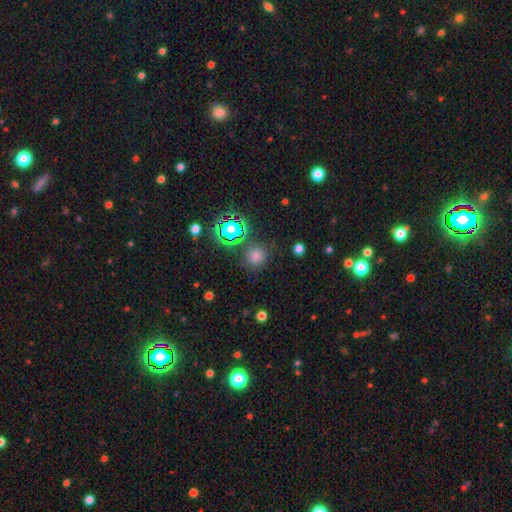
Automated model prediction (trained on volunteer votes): A smooth galaxy with no disk features (69%) that is round (89%).

Vote fractions:
- Smooth or featured? smooth: 69% / star or artifact: 25% / featured or disk: 6%
- How rounded? round: 89% / in between: 10% / cigar-shaped: 1%
- Merging? none: 80% / minor disturbance: 11% / major disturbance: 5% / merger: 4%